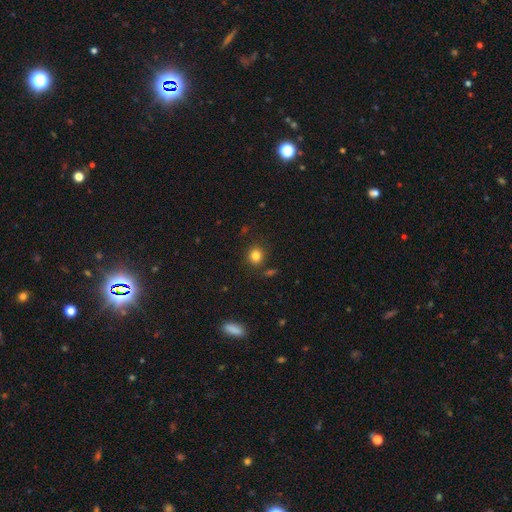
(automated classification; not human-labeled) smooth-or-featured: smooth: 83% | star or artifact: 12% | featured or disk: 6%
  how-rounded: round: 82% | in between: 17% | cigar-shaped: 1%
  merging: none: 84% | minor disturbance: 9% | merger: 4% | major disturbance: 3%